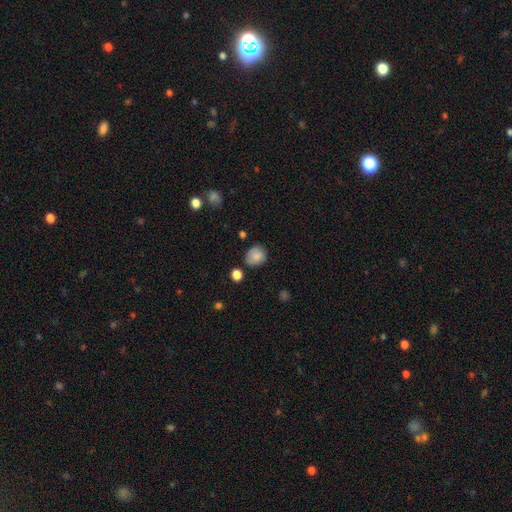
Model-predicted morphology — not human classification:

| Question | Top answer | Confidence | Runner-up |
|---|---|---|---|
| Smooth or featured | smooth | 84% | star or artifact (9%) |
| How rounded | round | 73% | in between (26%) |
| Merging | none | 75% | minor disturbance (18%) |